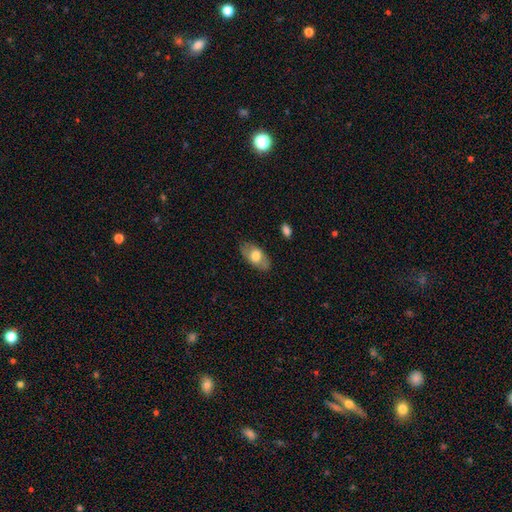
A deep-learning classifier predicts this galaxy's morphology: type=smooth (64%); roundness=in between (92%); merging=none (82%).